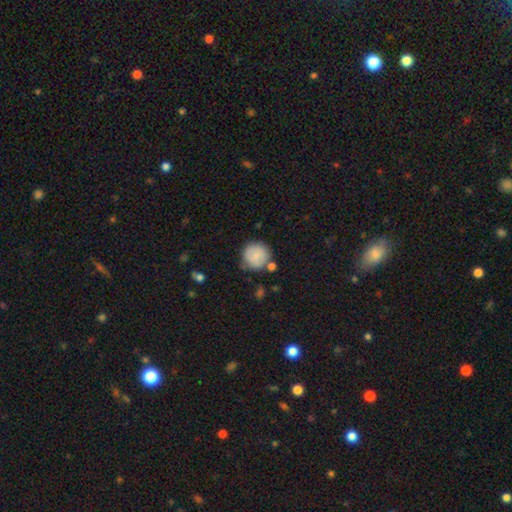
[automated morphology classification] Overall: smooth (79%). How rounded: round (92%). Merging: none (71%).